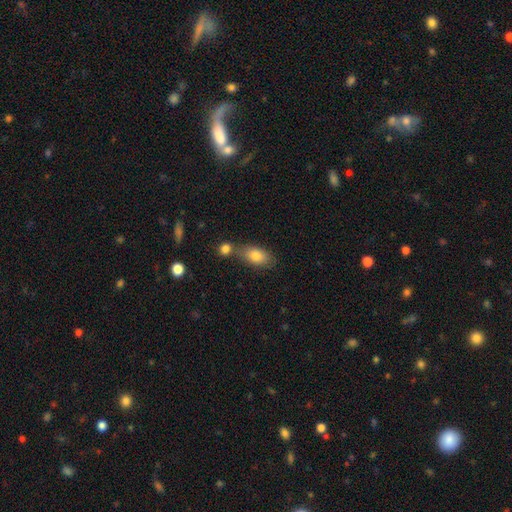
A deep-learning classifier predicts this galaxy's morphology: Smooth or featured?
  - smooth: 81% *
  - featured or disk: 11%
  - star or artifact: 8%
How rounded?
  - in between: 86% *
  - round: 9%
  - cigar-shaped: 4%
Merging?
  - none: 50% *
  - merger: 32%
  - minor disturbance: 14%
  - major disturbance: 4%